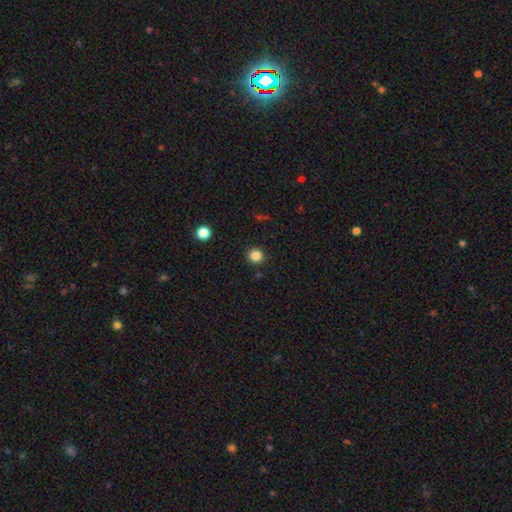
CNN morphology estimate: This is clearly a smooth galaxy (84%). How rounded: clearly round (94%). Merging: clearly none (91%).